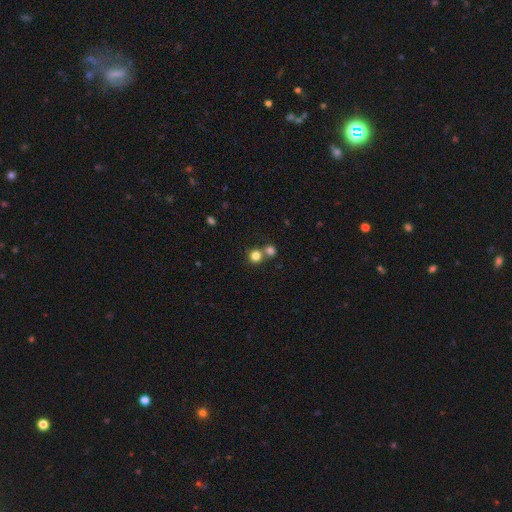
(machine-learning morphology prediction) Smooth or featured? Predicted: smooth (p=0.79). How rounded? Predicted: round (p=0.90). Merging? Predicted: none (p=0.54).